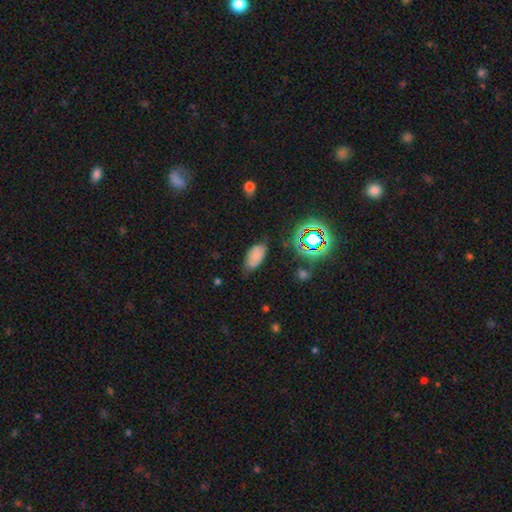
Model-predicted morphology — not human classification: Overall: smooth (73%). How rounded: in between (93%). Merging: none (65%; minor disturbance 26%).